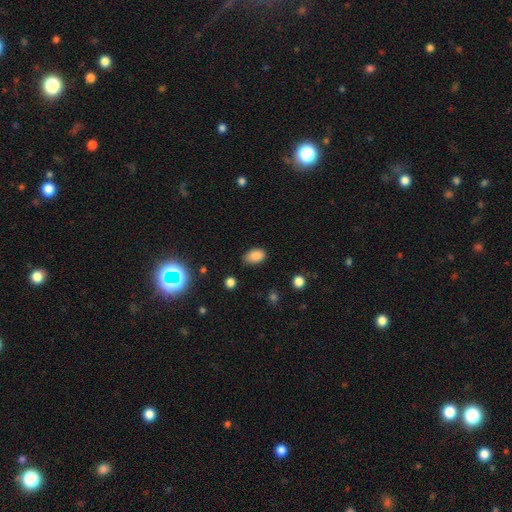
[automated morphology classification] smooth 85%, star or artifact 10%, featured or disk 4%. Down the decision tree: how rounded — in between (88%); merging — none (76%).